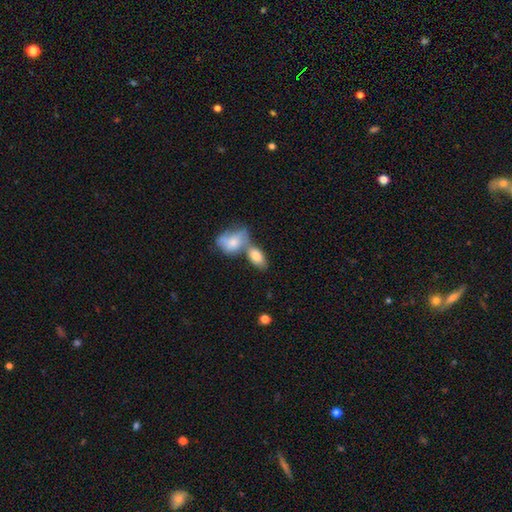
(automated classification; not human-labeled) smooth-or-featured: smooth: 79% | featured or disk: 15% | star or artifact: 6%
  how-rounded: in between: 91% | round: 6% | cigar-shaped: 3%
  merging: merger: 48% | none: 36% | minor disturbance: 11% | major disturbance: 4%